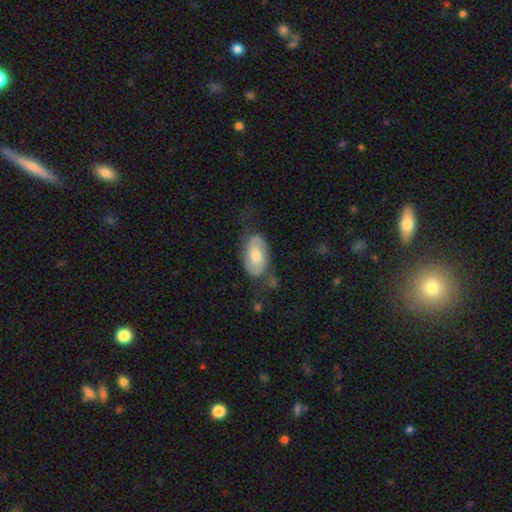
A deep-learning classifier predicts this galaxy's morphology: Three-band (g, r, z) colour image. It shows a featured or disk galaxy (52%). Merging: none (55%).